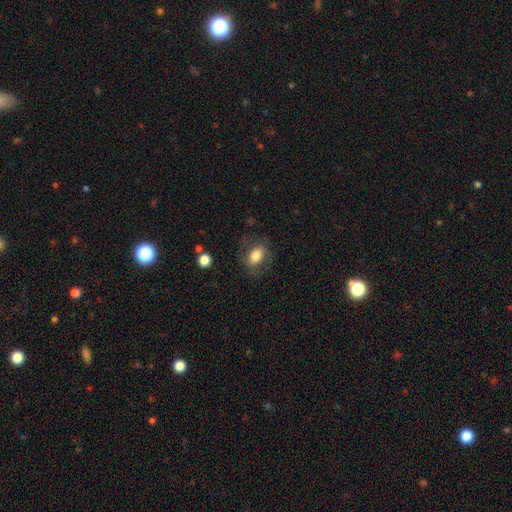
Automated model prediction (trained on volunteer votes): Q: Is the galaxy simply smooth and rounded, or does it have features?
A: smooth — 74%.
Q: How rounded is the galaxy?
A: in between — 73%.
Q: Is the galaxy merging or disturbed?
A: none — 71%.